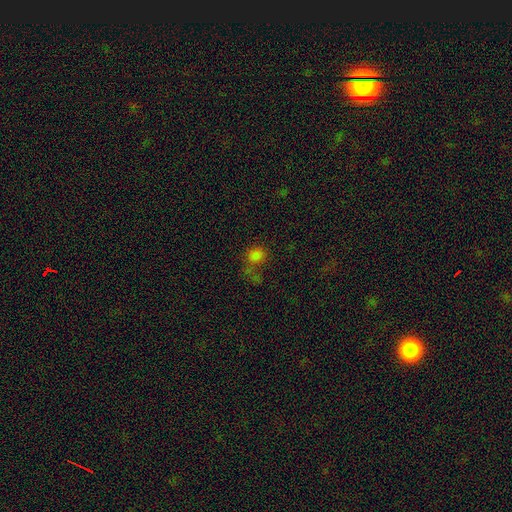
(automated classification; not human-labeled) smooth-or-featured: smooth: 69% | star or artifact: 24% | featured or disk: 7%
  how-rounded: round: 69% | in between: 29% | cigar-shaped: 2%
  merging: none: 44% | merger: 27% | minor disturbance: 15% | major disturbance: 15%